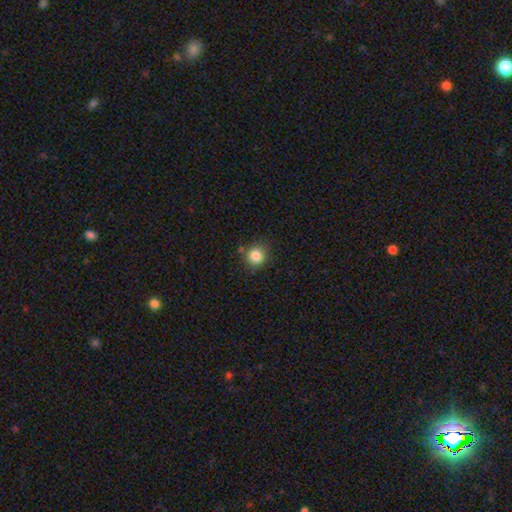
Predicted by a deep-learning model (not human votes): Overall: smooth (84%). How rounded: round (87%). Merging: none (79%).